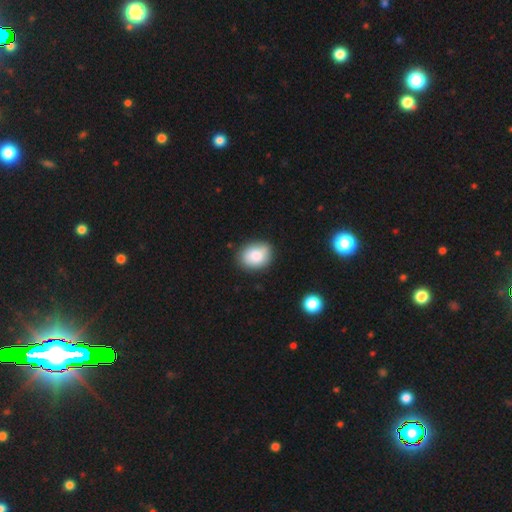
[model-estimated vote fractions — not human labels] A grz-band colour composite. It shows a smooth galaxy with no disk features (82%) that is in between round and cigar-shaped (55%). Merging: none (78%).